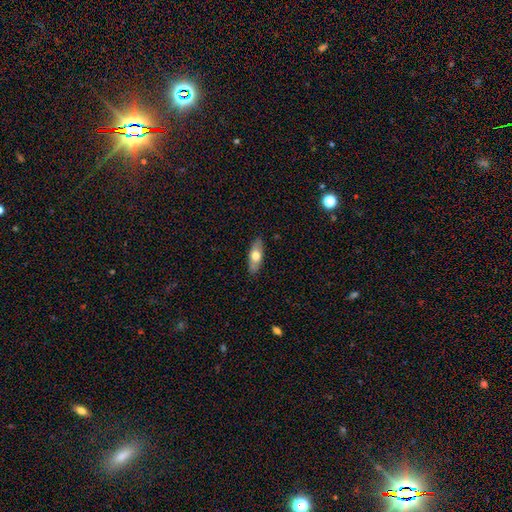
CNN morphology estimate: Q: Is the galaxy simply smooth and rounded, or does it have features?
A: smooth — 63%.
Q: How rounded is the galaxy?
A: in between — 71%.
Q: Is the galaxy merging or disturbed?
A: none — 87%.